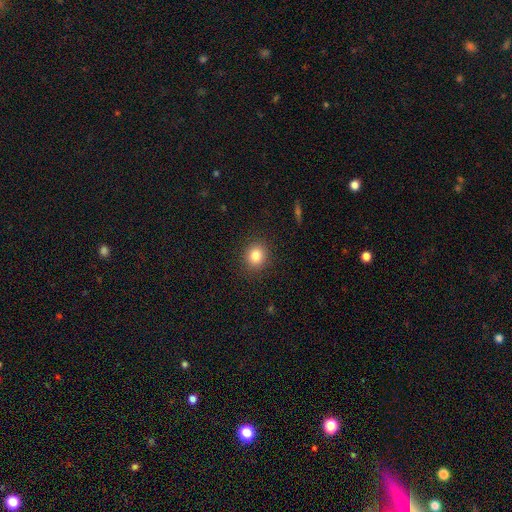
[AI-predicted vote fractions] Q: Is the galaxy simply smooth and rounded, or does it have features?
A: smooth — 83%.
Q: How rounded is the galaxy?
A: round — 76%.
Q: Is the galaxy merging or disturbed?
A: none — 89%.